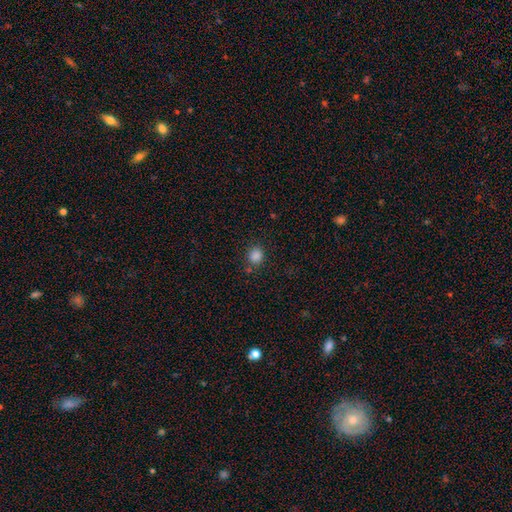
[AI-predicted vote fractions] Overall: smooth (84%). How rounded: round (78%). Merging: none (78%).